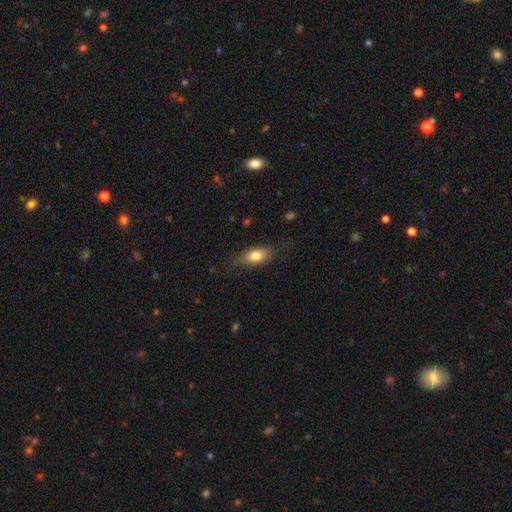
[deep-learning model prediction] Overall: smooth (74%). How rounded: in between (79%). Merging: none (71%).